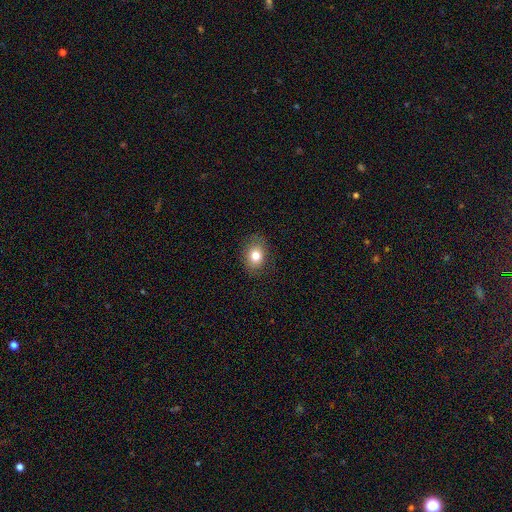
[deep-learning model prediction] smooth-or-featured: smooth: 79% | featured or disk: 11% | star or artifact: 10%
  how-rounded: in between: 60% | round: 39% | cigar-shaped: 1%
  merging: none: 84% | minor disturbance: 11% | major disturbance: 3% | merger: 1%